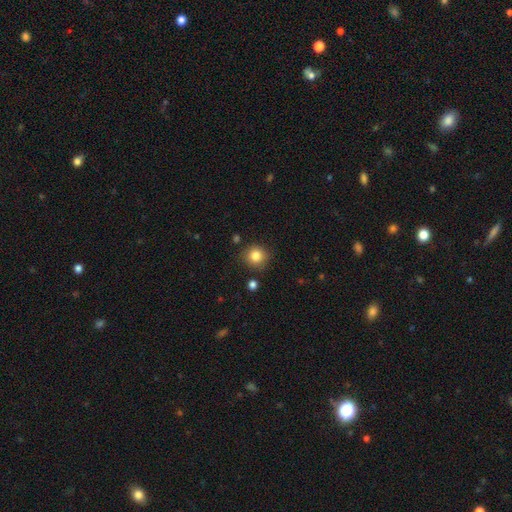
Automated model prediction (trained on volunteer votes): This appears to be a smooth galaxy with no disk features (83%) that is round (90%). Merging: none (85%).